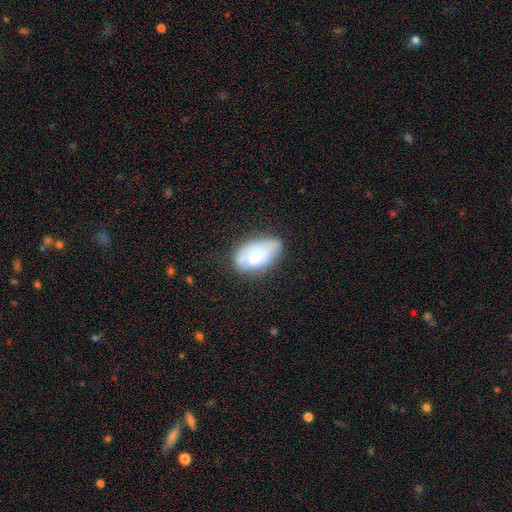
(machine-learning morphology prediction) smooth 57%, featured or disk 36%, star or artifact 7%. Down the decision tree: how rounded — in between (90%); merging — none (45%).